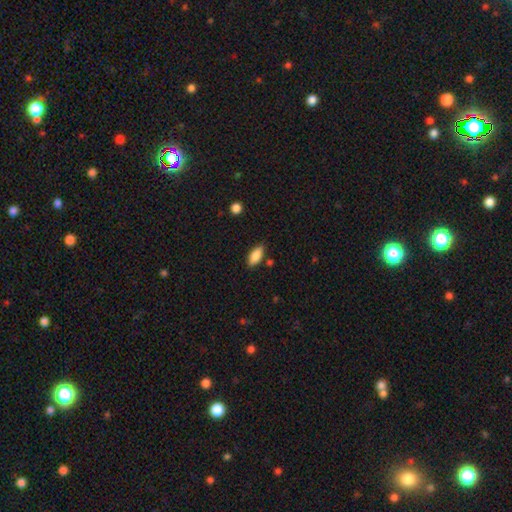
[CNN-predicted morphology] This appears to be a smooth galaxy with no disk features (87%) that is in between round and cigar-shaped (88%). Merging: none (82%).